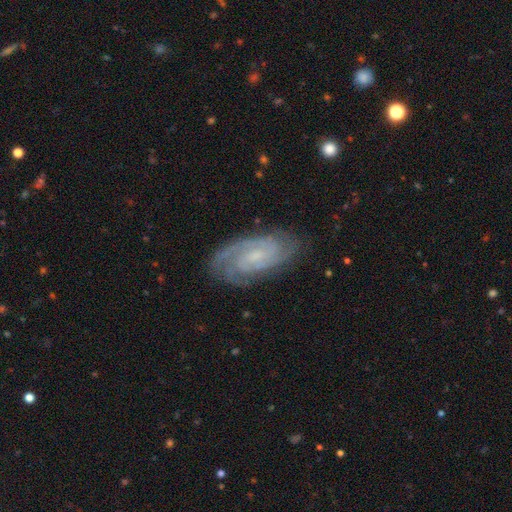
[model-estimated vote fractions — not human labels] A featured or disk galaxy (86%) with no bar (46%), 2 (54%) tight (68%) spiral arms (98%) and a small central bulge (63%).

Vote fractions:
- Smooth or featured? featured or disk: 86% / smooth: 8% / star or artifact: 6%
- Edge-on disk? no: 96% / yes: 4%
- Bar? no: 46% / weak: 44% / strong: 10%
- Spiral arms? yes: 98% / no: 2%
- Spiral winding? tight: 68% / medium: 28% / loose: 4%
- Spiral arm count? 2: 54% / can't tell: 17% / 3: 16% / 4: 5% / 1: 4% / more than 4: 4%
- Bulge size? small: 63% / none: 19% / moderate: 16% / large: 1% / dominant: 1%
- Merging? none: 79% / minor disturbance: 15% / major disturbance: 4% / merger: 1%